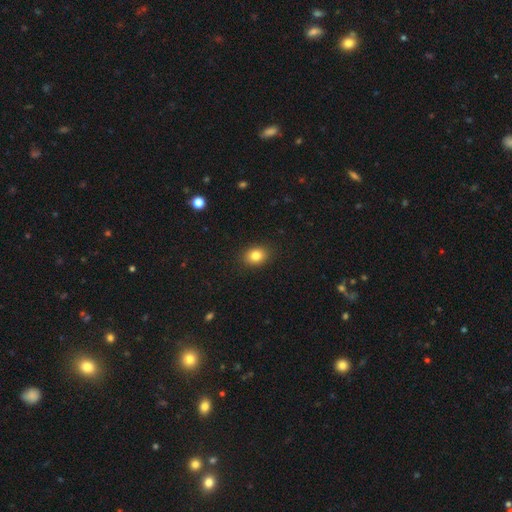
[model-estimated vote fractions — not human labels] Smooth or featured?
  - smooth: 83% *
  - star or artifact: 10%
  - featured or disk: 7%
How rounded?
  - in between: 53% *
  - round: 46%
  - cigar-shaped: 1%
Merging?
  - none: 90% *
  - minor disturbance: 7%
  - major disturbance: 2%
  - merger: 1%